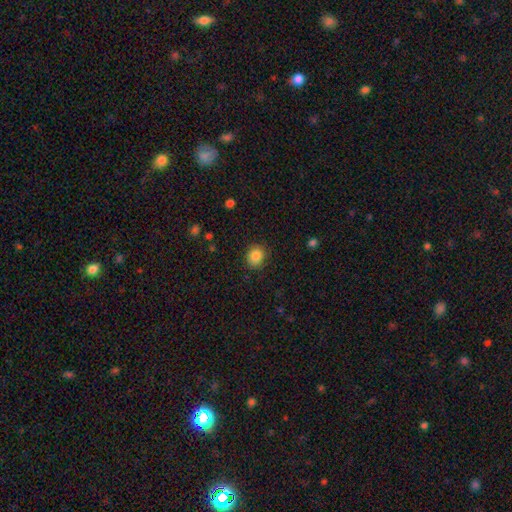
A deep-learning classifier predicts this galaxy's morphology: smooth 85%, star or artifact 10%, featured or disk 5%. Down the decision tree: how rounded — round (68%); merging — none (86%).